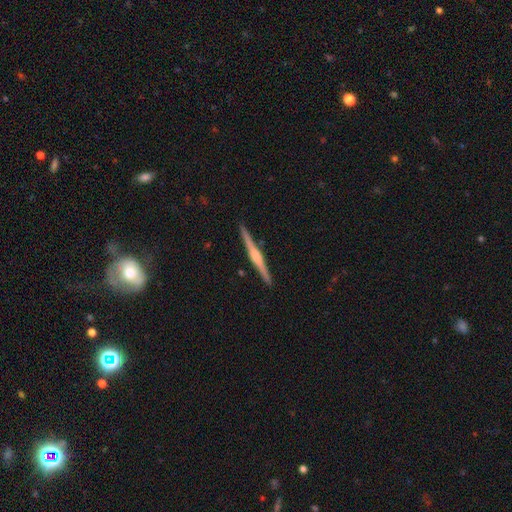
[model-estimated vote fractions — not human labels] Q: Smooth or featured?
A: featured or disk (76%); runner-up: smooth (19%)
Q: Edge-on disk?
A: yes (99%); runner-up: no (1%)
Q: Edge-on bulge?
A: rounded (65%); runner-up: boxy (22%)
Q: Merging?
A: none (92%); runner-up: minor disturbance (6%)